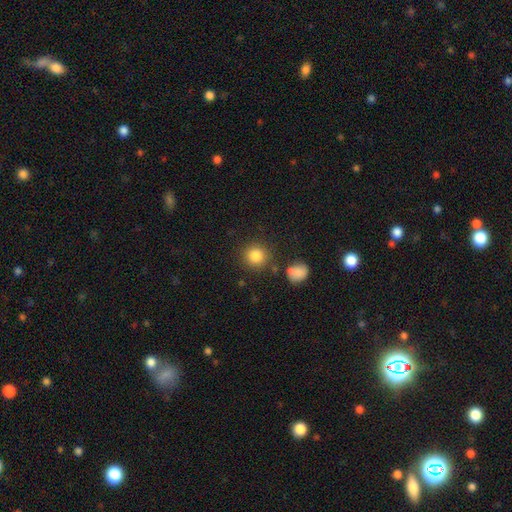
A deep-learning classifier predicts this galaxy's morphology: This appears to be a smooth galaxy with no disk features (84%) that is round (92%). Merging: none (83%).